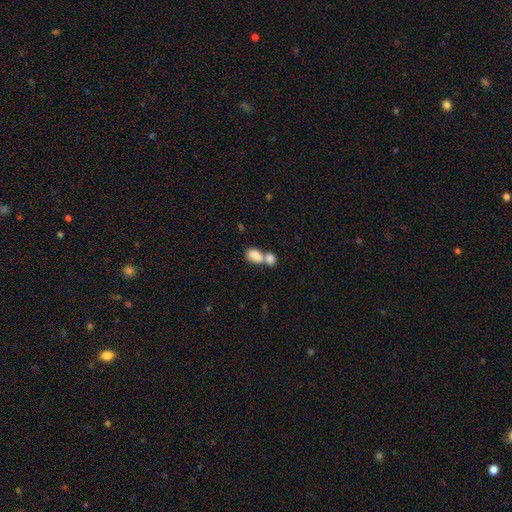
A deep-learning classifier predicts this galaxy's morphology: A smooth galaxy with no disk features (83%) that is in between round and cigar-shaped (85%).

Vote fractions:
- Smooth or featured? smooth: 83% / featured or disk: 10% / star or artifact: 7%
- How rounded? in between: 85% / round: 13% / cigar-shaped: 2%
- Merging? merger: 67% / none: 22% / minor disturbance: 7% / major disturbance: 4%